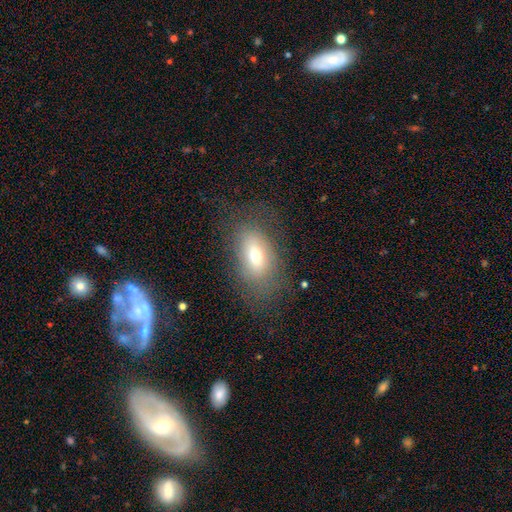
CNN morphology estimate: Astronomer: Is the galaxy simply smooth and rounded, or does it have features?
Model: smooth — 64%.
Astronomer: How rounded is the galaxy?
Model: in between — 87%.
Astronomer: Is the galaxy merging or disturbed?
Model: none — 73%.